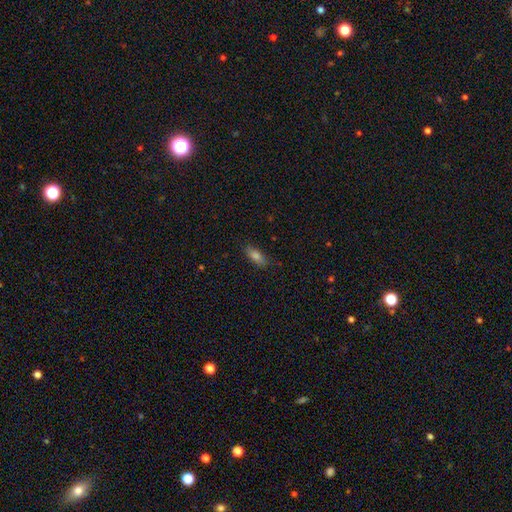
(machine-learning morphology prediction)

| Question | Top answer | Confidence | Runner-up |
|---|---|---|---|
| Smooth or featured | smooth | 75% | featured or disk (13%) |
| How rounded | in between | 67% | cigar-shaped (30%) |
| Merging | none | 82% | minor disturbance (14%) |